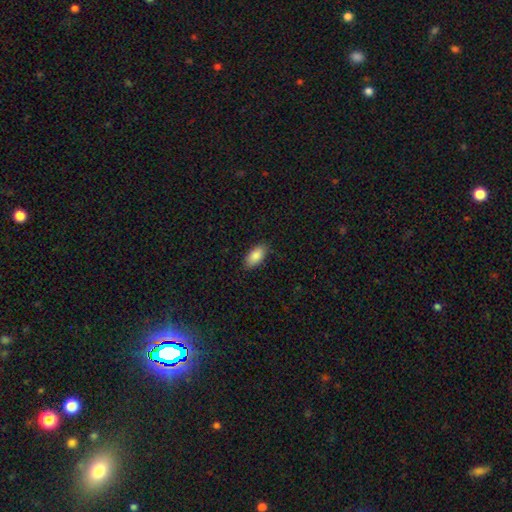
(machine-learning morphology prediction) type=smooth (88%); roundness=in between (92%); merging=none (85%).